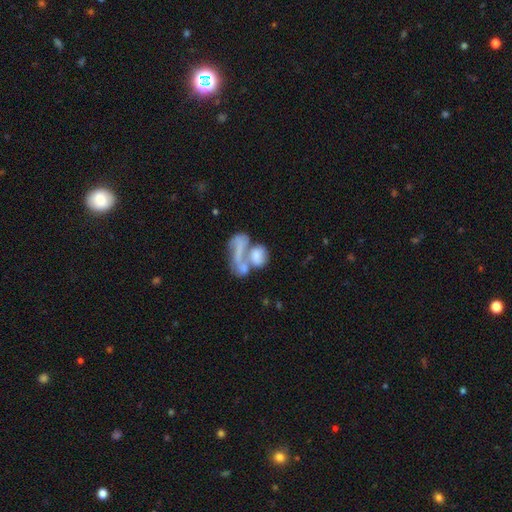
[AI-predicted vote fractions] Overall: smooth (47%; featured or disk 41%). Merging: merger (63%).